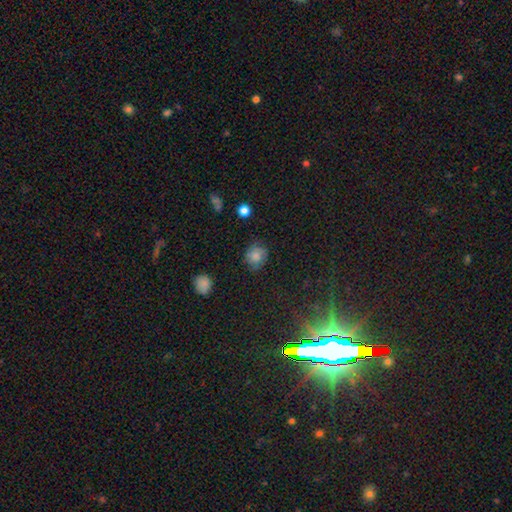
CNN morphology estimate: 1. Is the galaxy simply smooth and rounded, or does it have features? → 66% smooth, 22% featured or disk, 12% star or artifact.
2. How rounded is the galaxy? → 75% round, 24% in between, 1% cigar-shaped.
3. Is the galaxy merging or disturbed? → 72% none, 19% minor disturbance, 7% major disturbance, 2% merger.